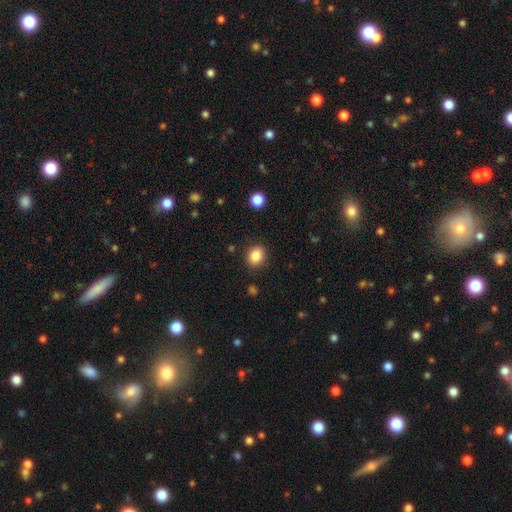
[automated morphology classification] Q: Smooth or featured?
A: smooth (86%); runner-up: star or artifact (9%)
Q: How rounded?
A: round (58%); runner-up: in between (41%)
Q: Merging?
A: none (87%); runner-up: minor disturbance (8%)